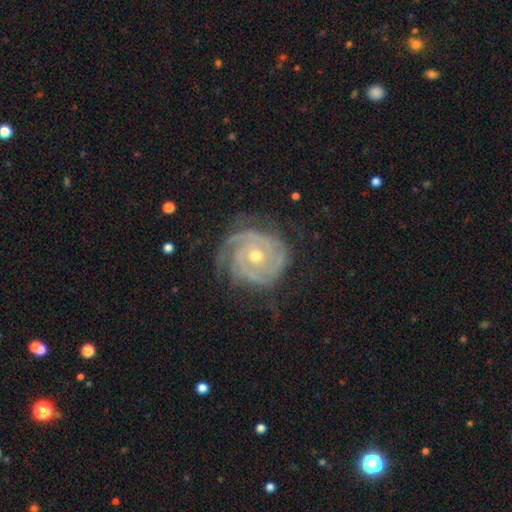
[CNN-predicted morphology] Smooth or featured?
  - featured or disk: 90% *
  - smooth: 5%
  - star or artifact: 5%
Edge-on disk?
  - no: 97% *
  - yes: 3%
Bar?
  - no: 78% *
  - weak: 17%
  - strong: 5%
Spiral arms?
  - yes: 97% *
  - no: 3%
Spiral winding?
  - tight: 78% *
  - medium: 18%
  - loose: 4%
Spiral arm count?
  - 3: 34% *
  - 2: 23%
  - can't tell: 20%
  - 4: 11%
  - 1: 6%
  - more than 4: 6%
Bulge size?
  - moderate: 57% *
  - small: 40%
  - large: 2%
  - none: 1%
  - dominant: 1%
Merging?
  - none: 68% *
  - minor disturbance: 21%
  - major disturbance: 9%
  - merger: 1%